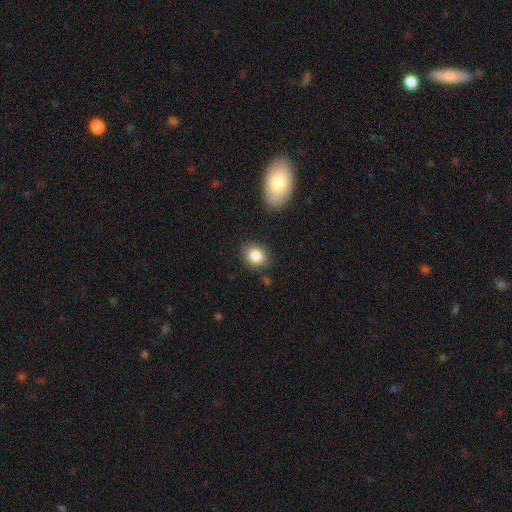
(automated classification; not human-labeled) A smooth galaxy with no disk features (84%) that is round (52%). Merging: none (81%).